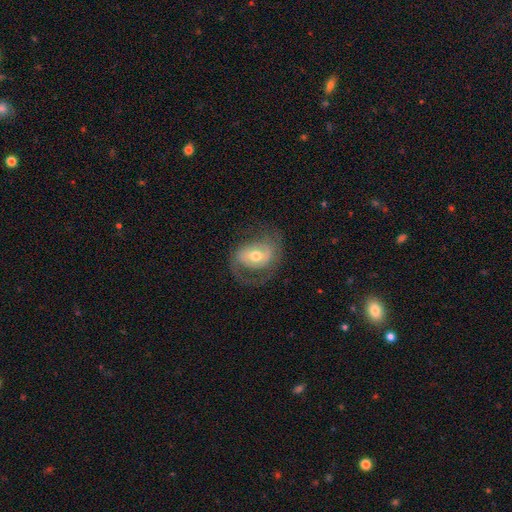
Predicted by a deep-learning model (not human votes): The model was most divided on "bar": weak: 41%, no: 34%, strong: 25%. Remaining: edge-on disk — no (96%); spiral arms — yes (82%); spiral arm count — 2 (73%); smooth or featured — featured or disk (72%); bulge size — moderate (66%); merging — none (62%); spiral winding — medium (46%).